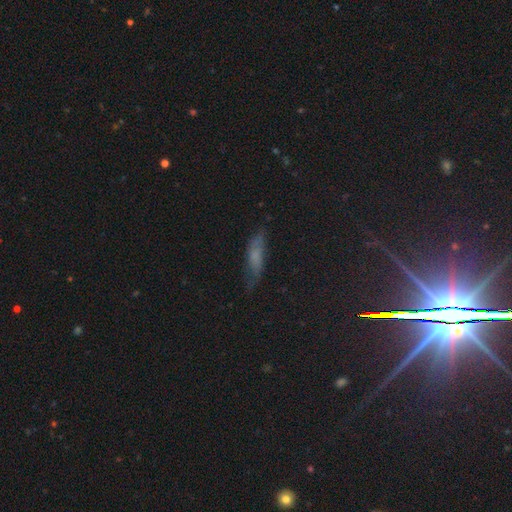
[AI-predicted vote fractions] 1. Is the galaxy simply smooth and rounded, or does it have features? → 50% smooth, 31% featured or disk, 19% star or artifact.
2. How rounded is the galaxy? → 55% cigar-shaped, 42% in between, 3% round.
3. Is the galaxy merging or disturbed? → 59% none, 28% minor disturbance, 10% major disturbance, 2% merger.